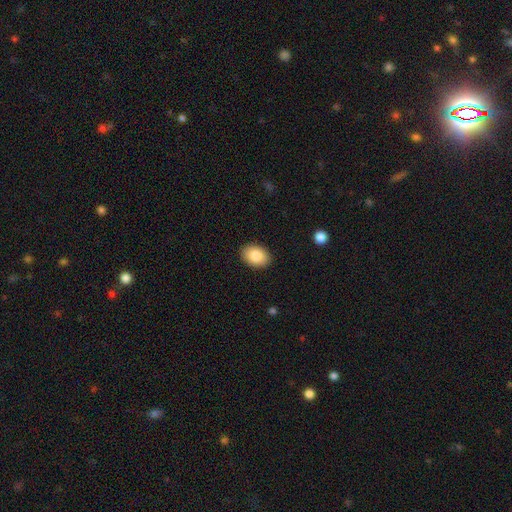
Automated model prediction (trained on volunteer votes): Overall: smooth (86%). How rounded: in between (82%). Merging: none (90%).